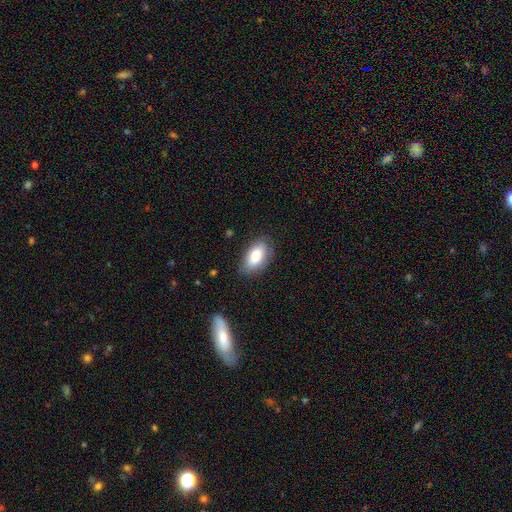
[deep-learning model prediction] This appears to be a smooth galaxy with no disk features (78%) that is in between round and cigar-shaped (92%). Merging: none (78%).